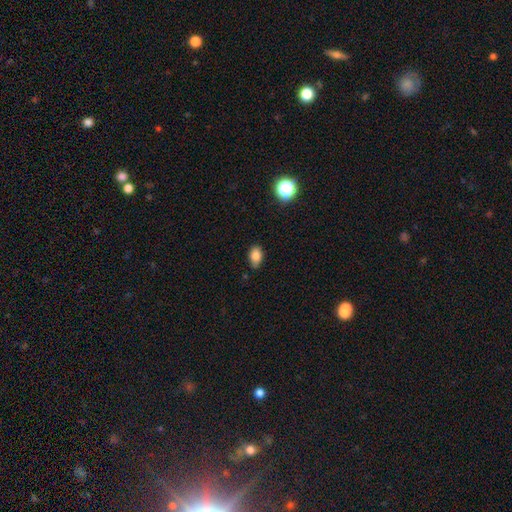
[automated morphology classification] The model was most divided on "merging": none: 77%, minor disturbance: 18%, major disturbance: 3%, merger: 2%. More confident: how rounded — in between (83%); smooth or featured — smooth (83%).